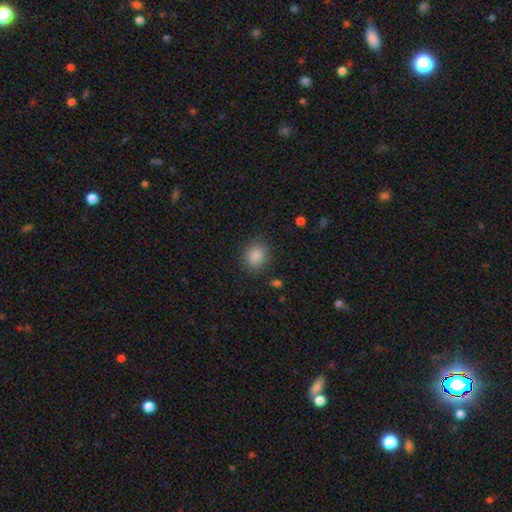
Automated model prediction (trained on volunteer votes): Morphology: type=smooth (87%); roundness=round (76%); merging=none (86%).